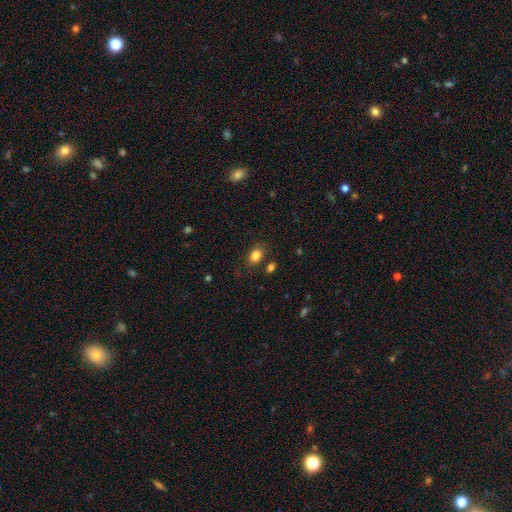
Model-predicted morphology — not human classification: smooth_or_featured: smooth (p=0.84) [alt: star or artifact p=0.10]
how_rounded: in between (p=0.71) [alt: round p=0.28]
merging: none (p=0.79) [alt: minor disturbance p=0.12]